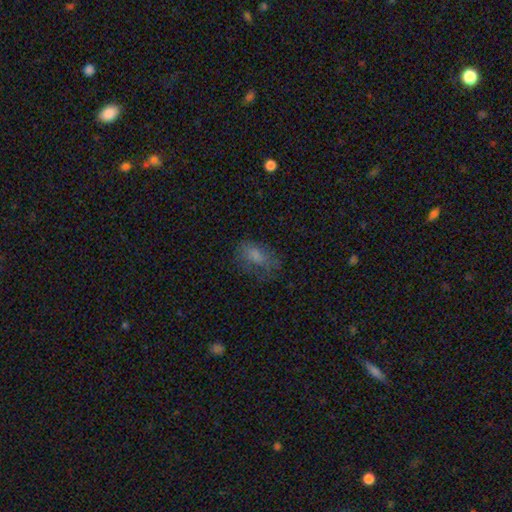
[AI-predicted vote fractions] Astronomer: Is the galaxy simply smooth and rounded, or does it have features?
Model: smooth — 69%.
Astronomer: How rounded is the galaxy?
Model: in between — 86%.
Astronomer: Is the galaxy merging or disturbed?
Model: none — 50% (runner-up: minor disturbance, 26%).